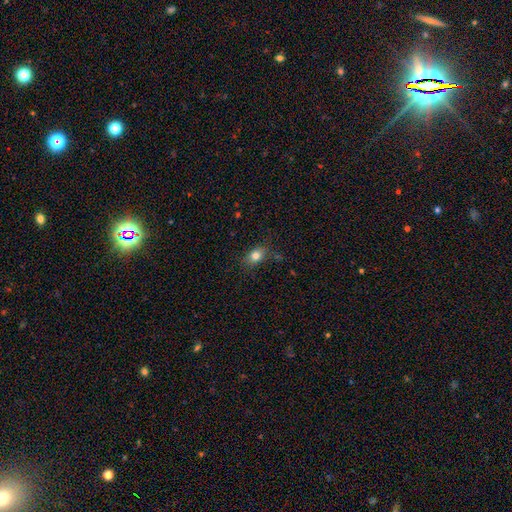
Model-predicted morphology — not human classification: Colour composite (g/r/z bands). It shows a smooth galaxy with no disk features (80%) that is in between round and cigar-shaped (73%). Merging: none (80%).